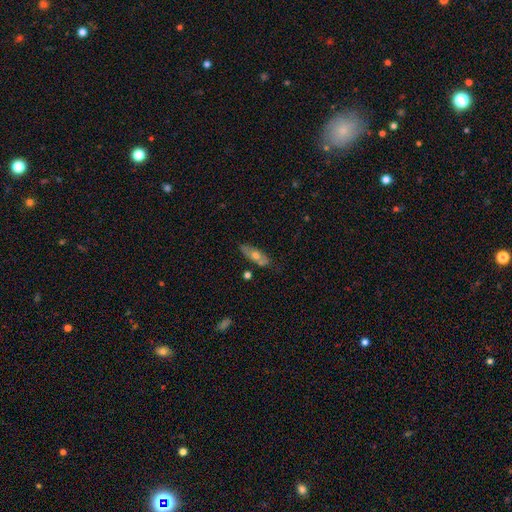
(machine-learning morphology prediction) smooth_or_featured: featured or disk (p=0.49) [alt: smooth p=0.44]
merging: none (p=0.71) [alt: minor disturbance p=0.18]